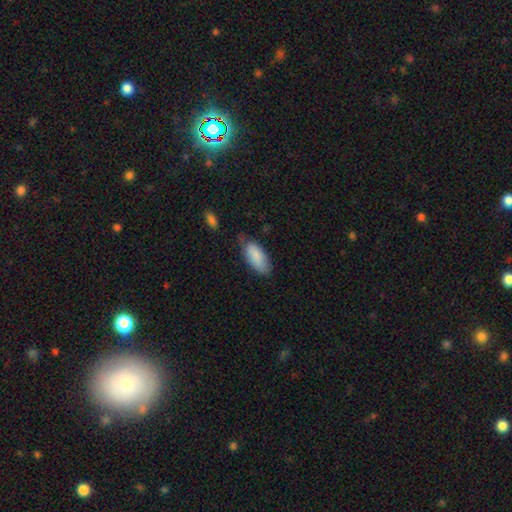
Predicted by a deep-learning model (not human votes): smooth 85%, featured or disk 9%, star or artifact 6%. Down the decision tree: how rounded — in between (87%); merging — none (60%).